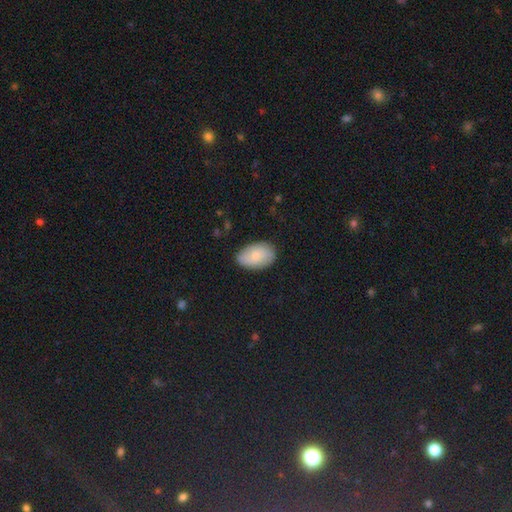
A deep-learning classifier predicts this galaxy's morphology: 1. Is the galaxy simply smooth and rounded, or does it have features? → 74% smooth, 19% featured or disk, 6% star or artifact.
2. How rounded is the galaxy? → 90% in between, 8% round, 1% cigar-shaped.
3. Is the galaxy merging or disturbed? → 83% none, 14% minor disturbance, 3% major disturbance, 1% merger.